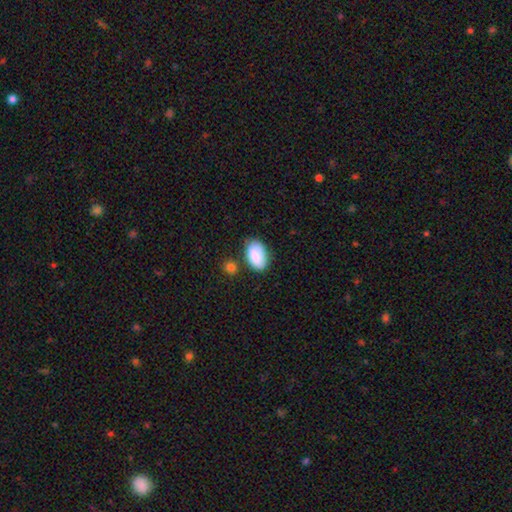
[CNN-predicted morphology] The model was most divided on "merging": none: 70%, minor disturbance: 19%, merger: 7%, major disturbance: 4%. More confident: how rounded — in between (94%); smooth or featured — smooth (87%).